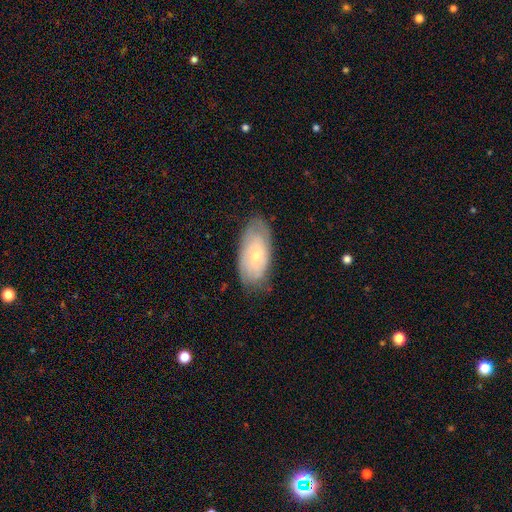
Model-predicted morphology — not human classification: smooth 47%, featured or disk 46%, star or artifact 7%. Down the decision tree: merging — none (74%).